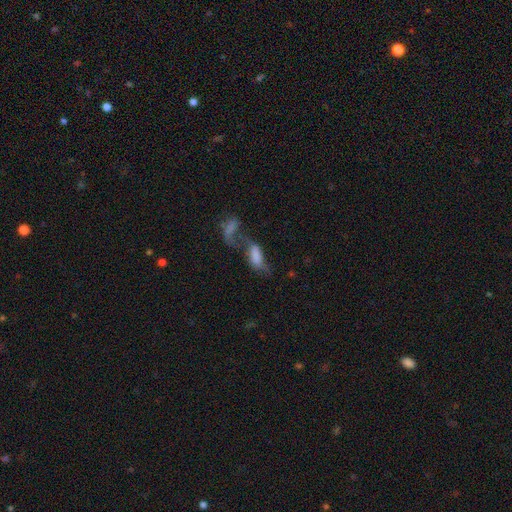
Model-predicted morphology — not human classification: Q: Smooth or featured?
A: smooth (63%); runner-up: featured or disk (26%)
Q: How rounded?
A: in between (82%); runner-up: cigar-shaped (14%)
Q: Merging?
A: merger (48%); runner-up: major disturbance (26%)